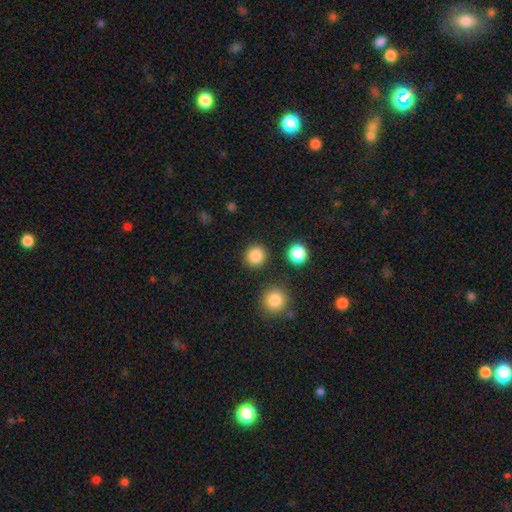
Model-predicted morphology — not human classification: Smooth or featured: smooth — 86% (star or artifact — 11%)
How rounded: round — 93% (in between — 6%)
Merging: none — 89% (minor disturbance — 6%)